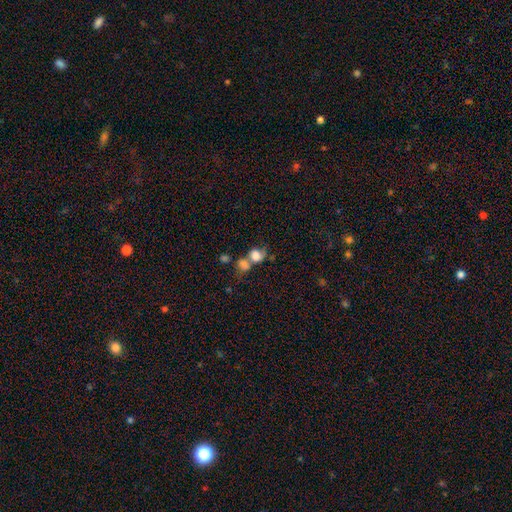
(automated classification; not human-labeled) A smooth galaxy with no disk features (76%) that is round (57%). Merging: merger (60%).